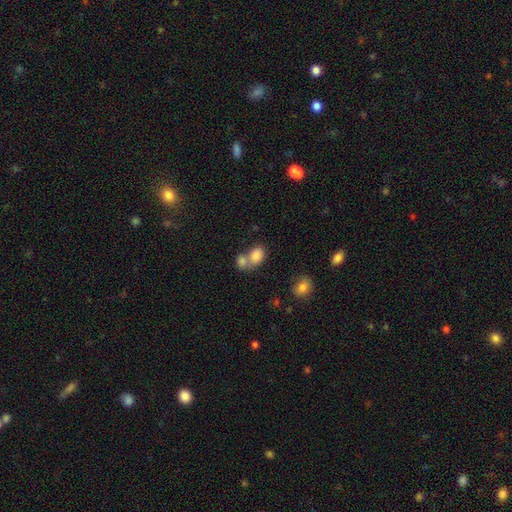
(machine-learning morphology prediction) Smooth or featured?
  - smooth: 83% *
  - featured or disk: 9%
  - star or artifact: 9%
How rounded?
  - in between: 67% *
  - round: 31%
  - cigar-shaped: 1%
Merging?
  - merger: 59% *
  - none: 28%
  - minor disturbance: 8%
  - major disturbance: 4%